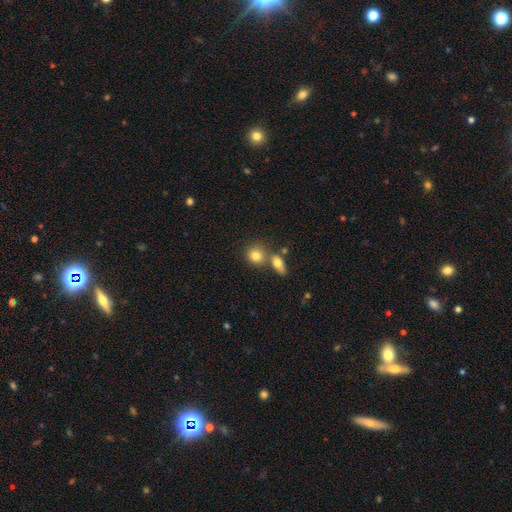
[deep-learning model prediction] Morphology: type=smooth (81%); roundness=round (77%); merging=none (51%).